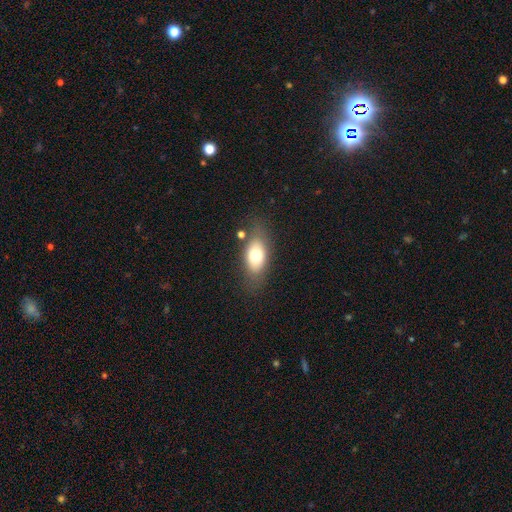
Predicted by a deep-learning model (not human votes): smooth_or_featured: smooth (p=0.73) [alt: featured or disk p=0.19]
how_rounded: in between (p=0.86) [alt: cigar-shaped p=0.07]
merging: none (p=0.74) [alt: minor disturbance p=0.15]